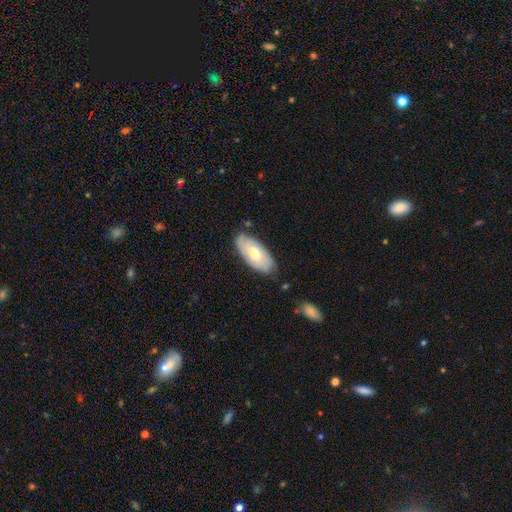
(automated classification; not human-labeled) This is possibly a smooth galaxy (57%). How rounded: clearly in between (90%). Merging: likely none (78%).